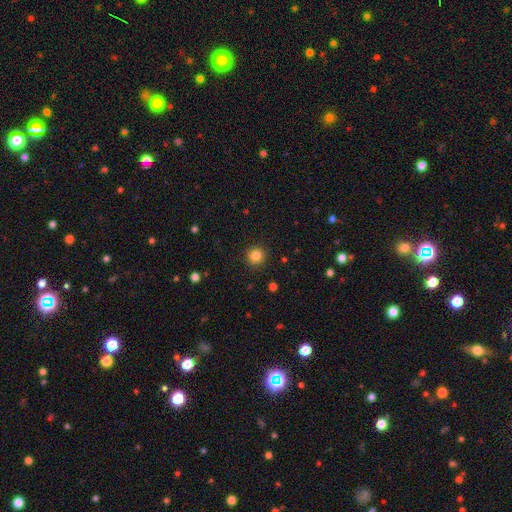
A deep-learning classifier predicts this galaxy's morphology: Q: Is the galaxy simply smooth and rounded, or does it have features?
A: smooth — 83%.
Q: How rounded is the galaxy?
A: round — 95%.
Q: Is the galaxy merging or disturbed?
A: none — 91%.